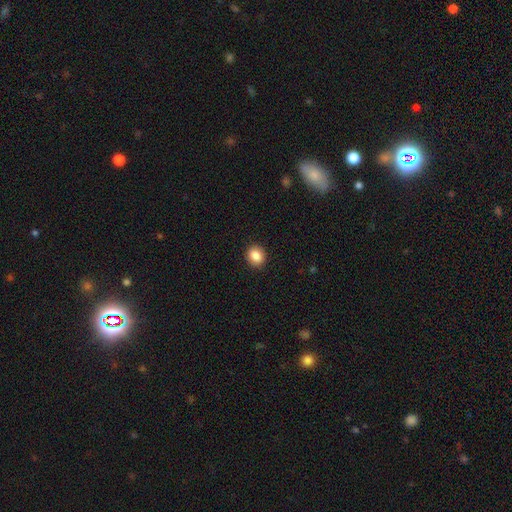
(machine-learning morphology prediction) Smooth or featured: smooth — 87% (star or artifact — 9%)
How rounded: round — 69% (in between — 31%)
Merging: none — 91% (minor disturbance — 6%)